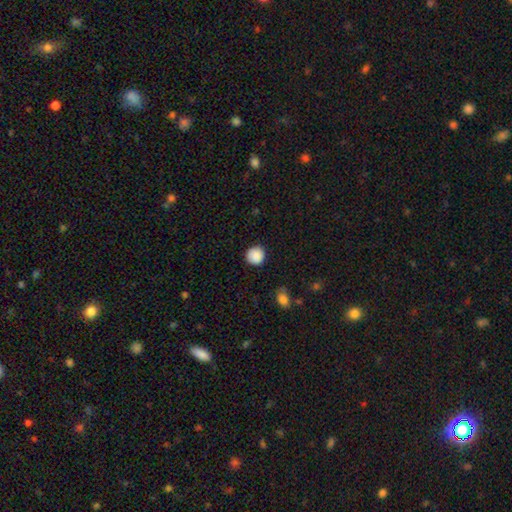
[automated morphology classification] smooth_or_featured: smooth (p=0.89) [alt: star or artifact p=0.08]
how_rounded: round (p=0.94) [alt: in between p=0.05]
merging: none (p=0.88) [alt: minor disturbance p=0.08]